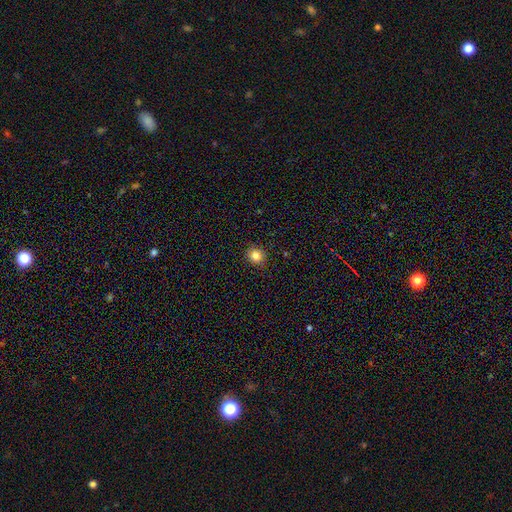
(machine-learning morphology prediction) This is clearly a smooth galaxy (82%). How rounded: clearly round (86%). Merging: clearly none (91%).